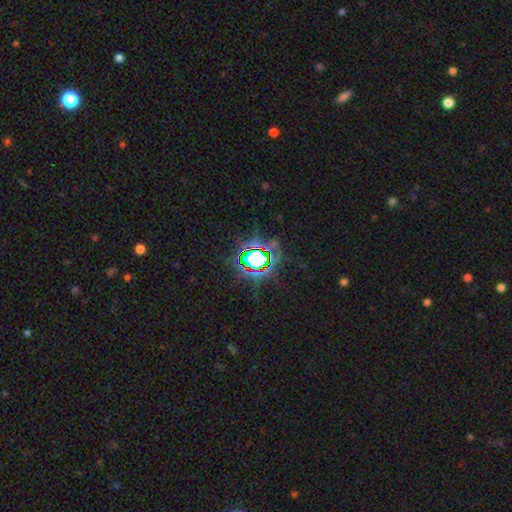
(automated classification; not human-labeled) A star or artifact, not a galaxy (74%).

Vote fractions:
- Smooth or featured? star or artifact: 74% / smooth: 15% / featured or disk: 11%